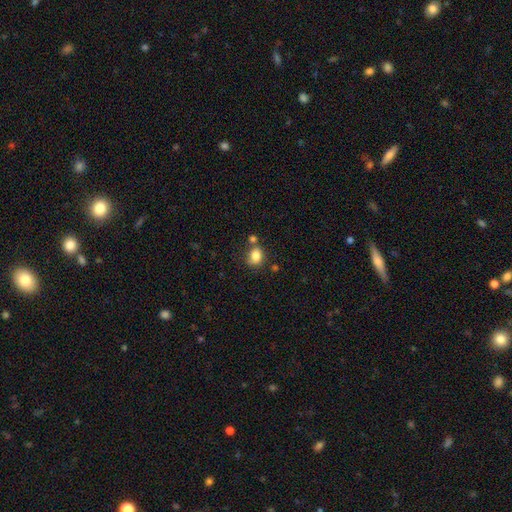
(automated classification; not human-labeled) Overall: smooth (82%). How rounded: round (51%; in between 48%). Merging: none (61%).